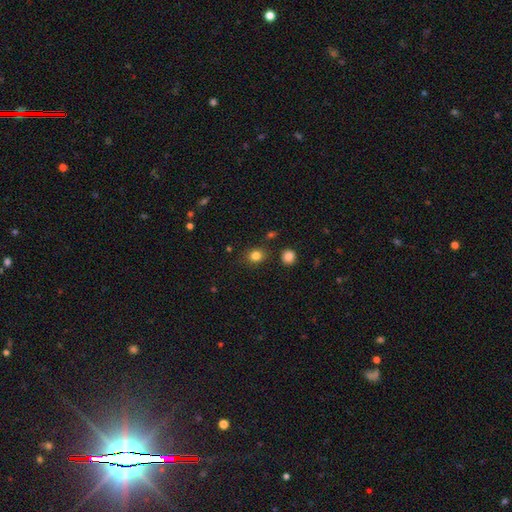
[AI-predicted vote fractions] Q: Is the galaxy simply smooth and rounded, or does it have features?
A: smooth — 82%.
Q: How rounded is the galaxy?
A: round — 70%.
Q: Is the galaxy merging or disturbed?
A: none — 83%.